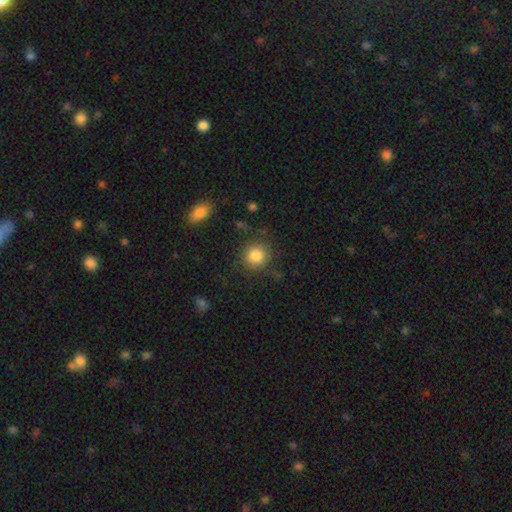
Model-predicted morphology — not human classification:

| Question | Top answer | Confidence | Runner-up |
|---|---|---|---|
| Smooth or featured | smooth | 85% | star or artifact (9%) |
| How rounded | round | 89% | in between (10%) |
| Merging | none | 84% | minor disturbance (10%) |